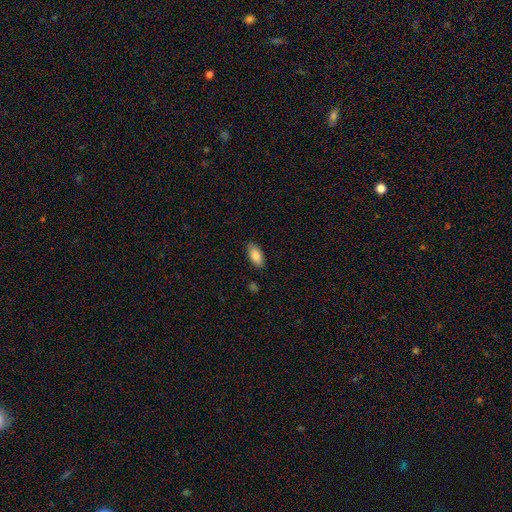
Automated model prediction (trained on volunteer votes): smooth-or-featured: smooth: 85% | featured or disk: 8% | star or artifact: 7%
  how-rounded: in between: 90% | cigar-shaped: 8% | round: 2%
  merging: none: 85% | minor disturbance: 12% | major disturbance: 2% | merger: 1%